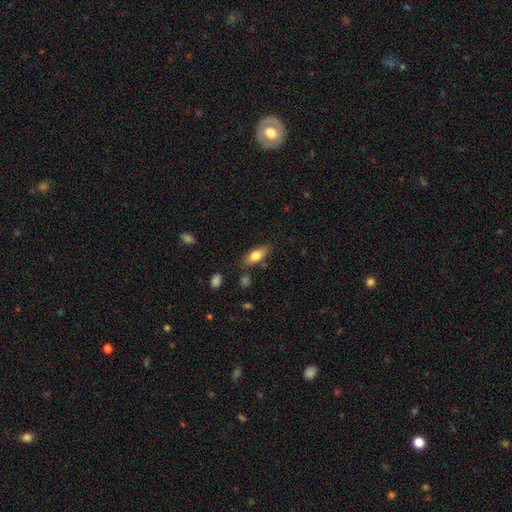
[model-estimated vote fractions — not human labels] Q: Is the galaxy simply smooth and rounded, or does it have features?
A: smooth — 74%.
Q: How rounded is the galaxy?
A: in between — 75%.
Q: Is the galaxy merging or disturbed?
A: none — 76%.